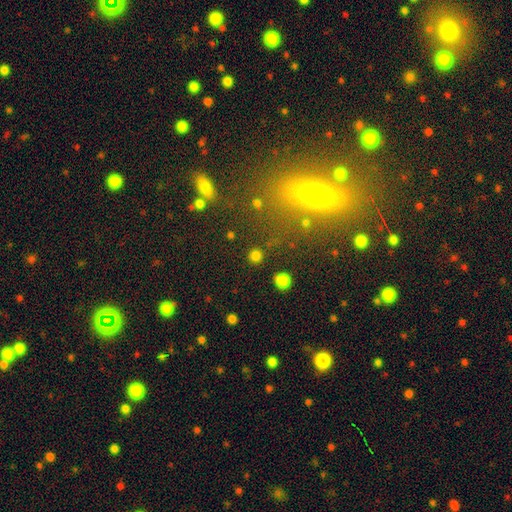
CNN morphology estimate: type=smooth (80%); roundness=round (93%); merging=none (88%).